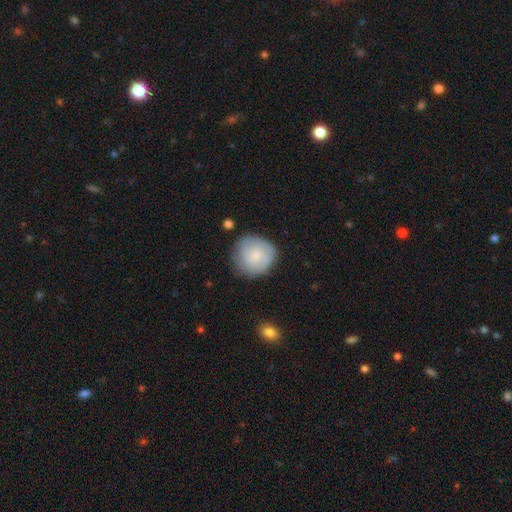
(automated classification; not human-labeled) The model was most divided on "smooth or featured": smooth: 69%, featured or disk: 24%, star or artifact: 6%. More confident: how rounded — round (91%); merging — none (76%).